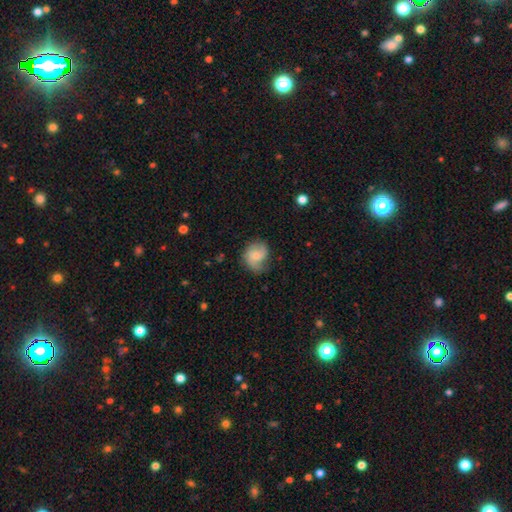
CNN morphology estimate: Smooth or featured? featured or disk (55%)
Edge-on disk? no (98%)
Bar? no (65%)
Spiral arms? yes (91%)
Bulge size? small (44%)
Merging? none (62%)